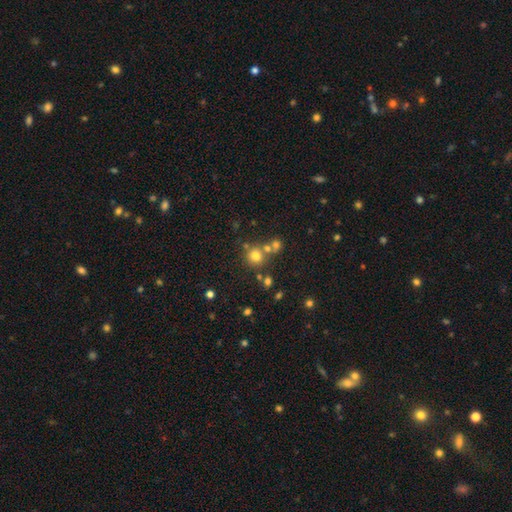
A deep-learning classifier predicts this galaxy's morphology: Overall: smooth (72%). How rounded: round (87%). Merging: none (61%; merger 25%).